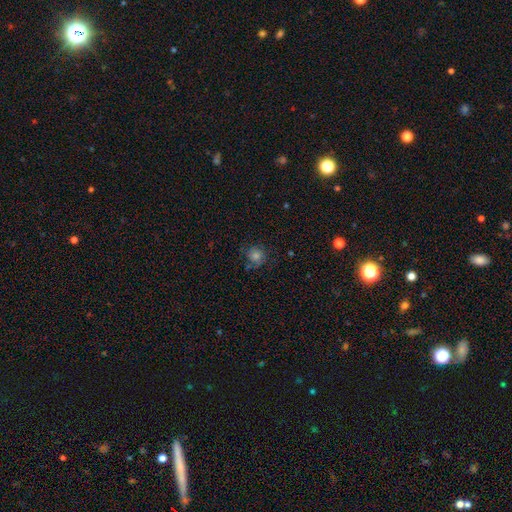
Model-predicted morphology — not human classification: Overall: smooth (55%; featured or disk 27%). How rounded: round (87%). Merging: none (70%).